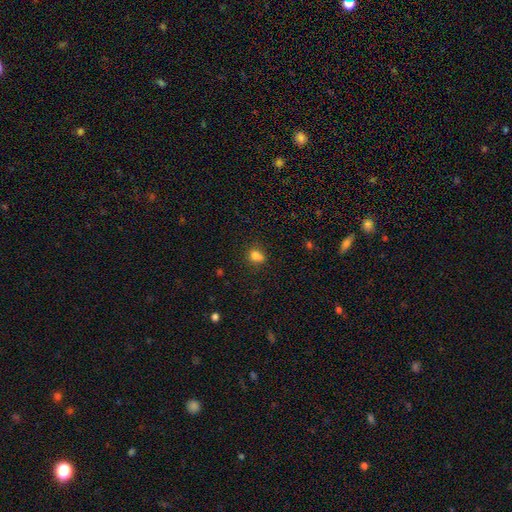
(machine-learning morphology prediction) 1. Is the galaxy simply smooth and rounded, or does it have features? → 78% smooth, 14% star or artifact, 8% featured or disk.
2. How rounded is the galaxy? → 54% round, 44% in between, 2% cigar-shaped.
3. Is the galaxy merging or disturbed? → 60% none, 21% minor disturbance, 13% merger, 7% major disturbance.